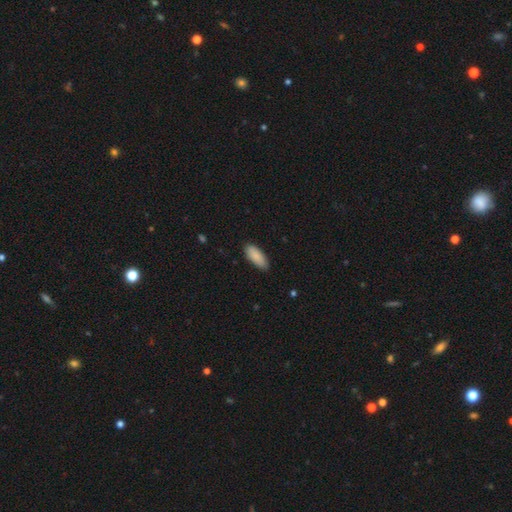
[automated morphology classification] This is clearly a smooth galaxy (89%). How rounded: likely in between (79%). Merging: clearly none (85%).